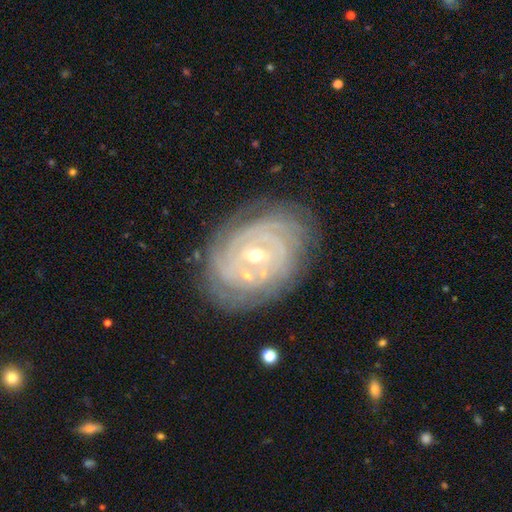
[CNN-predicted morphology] Smooth or featured: featured or disk — 86% (smooth — 8%)
Edge-on disk: no — 96% (yes — 4%)
Bar: no — 52% (weak — 35%)
Spiral arms: yes — 94% (no — 6%)
Spiral winding: tight — 83% (medium — 14%)
Spiral arm count: can't tell — 32% (4 — 20%)
Bulge size: small — 53% (moderate — 44%)
Merging: none — 71% (minor disturbance — 16%)